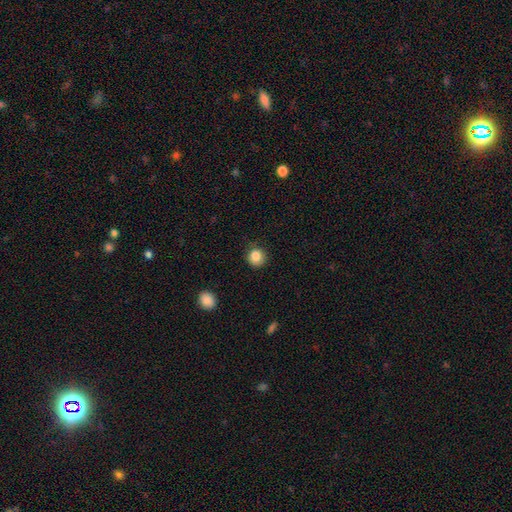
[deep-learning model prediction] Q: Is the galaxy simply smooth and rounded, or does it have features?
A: smooth — 85%.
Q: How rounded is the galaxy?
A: round — 90%.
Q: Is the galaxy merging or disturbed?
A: none — 82%.